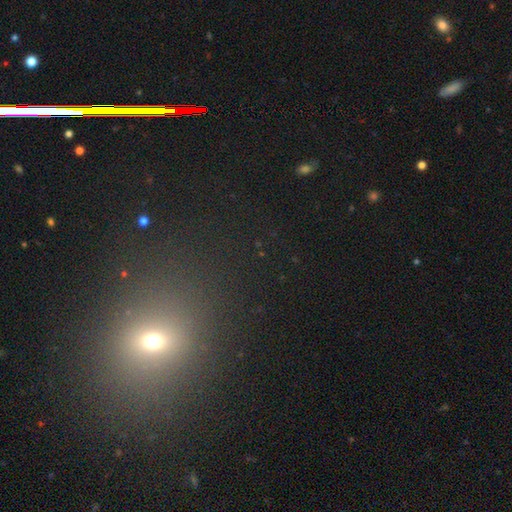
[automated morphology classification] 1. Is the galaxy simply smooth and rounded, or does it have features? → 55% star or artifact, 34% smooth, 11% featured or disk.